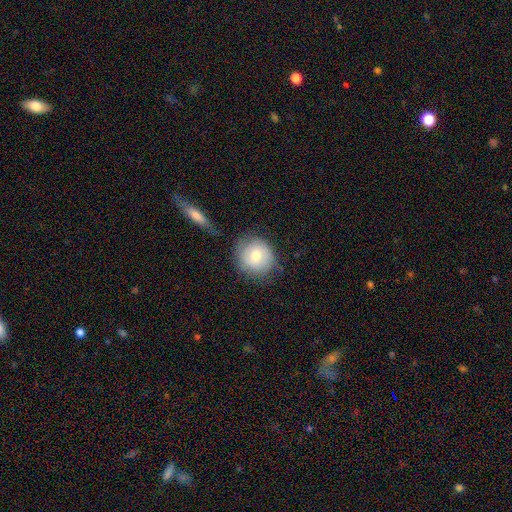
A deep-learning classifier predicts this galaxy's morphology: Smooth or featured? Predicted: smooth (p=0.62). How rounded? Predicted: round (p=0.86). Merging? Predicted: none (p=0.71).